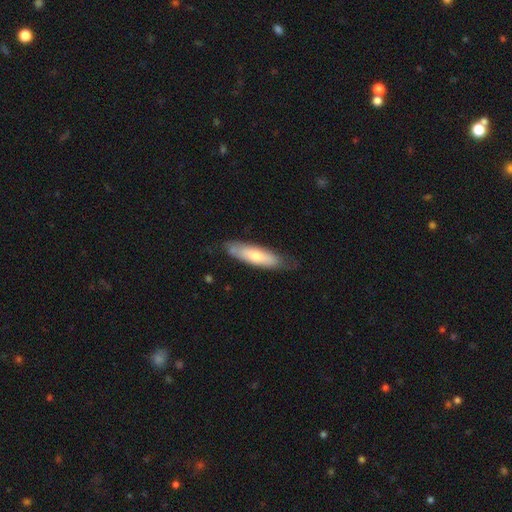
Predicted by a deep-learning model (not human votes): This is likely a smooth galaxy (62%). How rounded: possibly cigar-shaped (60%). Merging: likely none (71%).